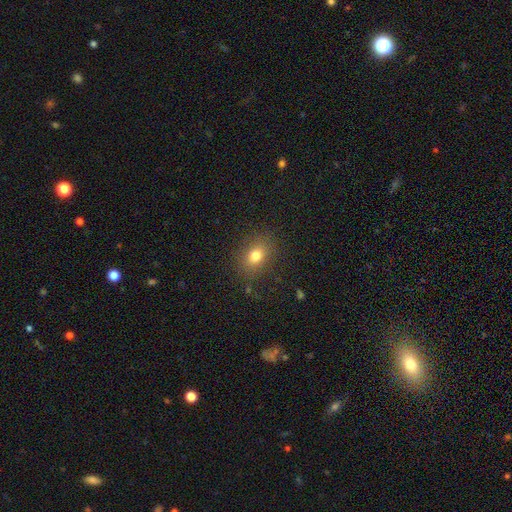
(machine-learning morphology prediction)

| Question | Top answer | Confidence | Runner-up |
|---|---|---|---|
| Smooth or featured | smooth | 77% | star or artifact (13%) |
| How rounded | in between | 61% | round (37%) |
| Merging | none | 84% | minor disturbance (11%) |